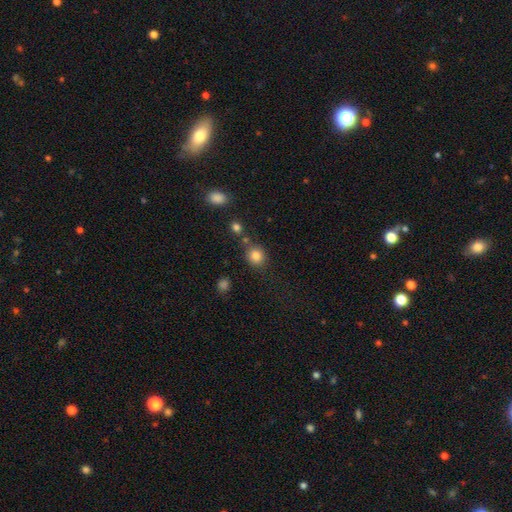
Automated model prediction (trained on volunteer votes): Q: Smooth or featured?
A: smooth (82%); runner-up: star or artifact (12%)
Q: How rounded?
A: round (81%); runner-up: in between (18%)
Q: Merging?
A: none (74%); runner-up: minor disturbance (12%)